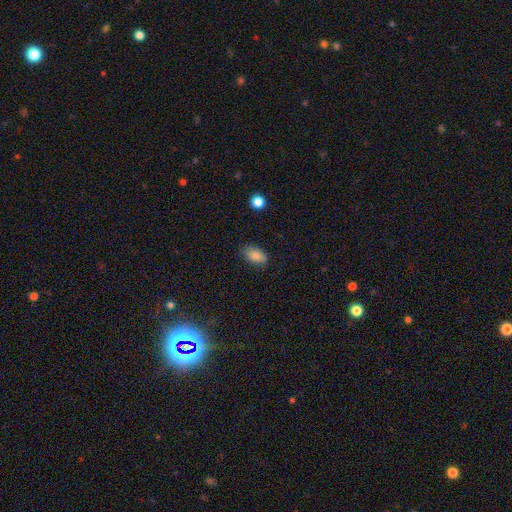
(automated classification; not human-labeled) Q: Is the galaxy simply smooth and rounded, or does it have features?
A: smooth — 85%.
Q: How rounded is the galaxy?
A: in between — 89%.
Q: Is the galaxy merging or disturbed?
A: none — 78%.